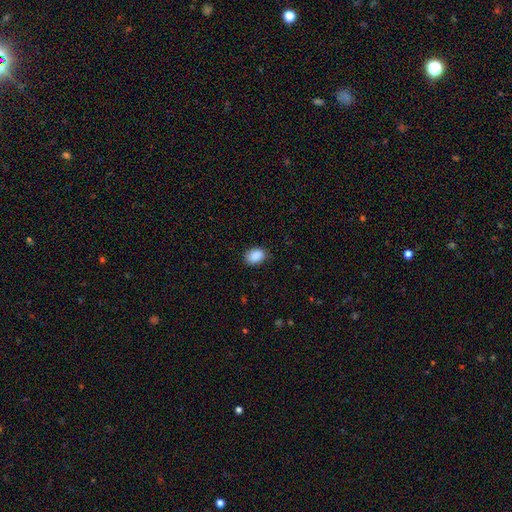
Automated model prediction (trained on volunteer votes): Smooth or featured?
  - smooth: 90% *
  - star or artifact: 8%
  - featured or disk: 3%
How rounded?
  - in between: 80% *
  - round: 19%
  - cigar-shaped: 1%
Merging?
  - none: 83% *
  - minor disturbance: 14%
  - major disturbance: 3%
  - merger: 1%